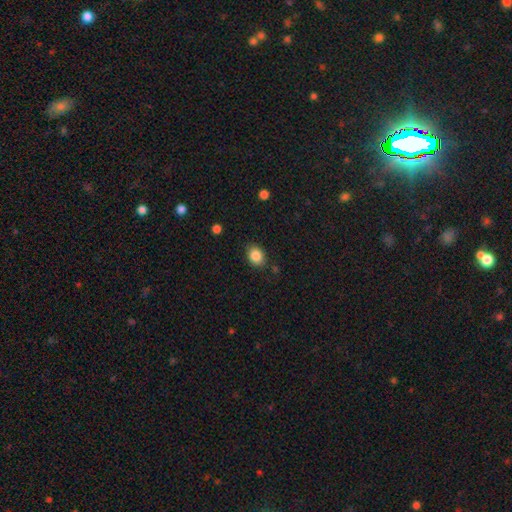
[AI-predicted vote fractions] Q: Smooth or featured?
A: smooth (86%); runner-up: star or artifact (9%)
Q: How rounded?
A: in between (52%); runner-up: round (47%)
Q: Merging?
A: none (84%); runner-up: minor disturbance (11%)